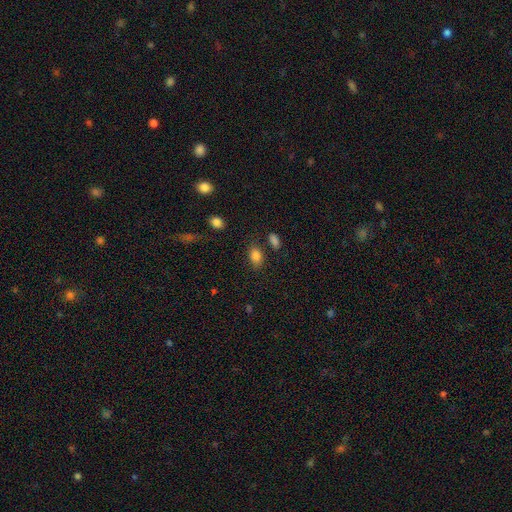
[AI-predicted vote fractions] Morphology: type=smooth (84%); roundness=in between (83%); merging=none (76%).